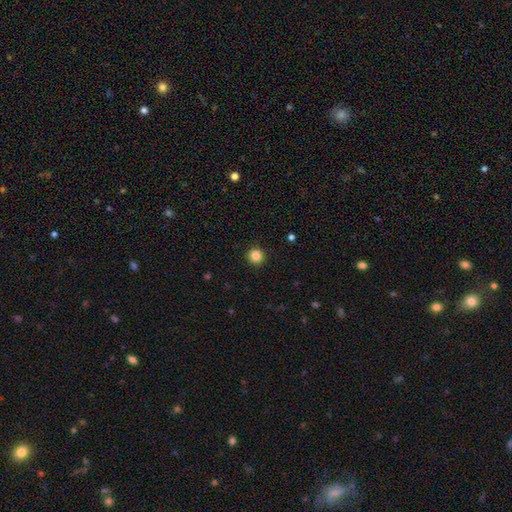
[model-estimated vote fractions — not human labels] smooth 85%, star or artifact 11%, featured or disk 4%. Down the decision tree: how rounded — round (93%); merging — none (93%).